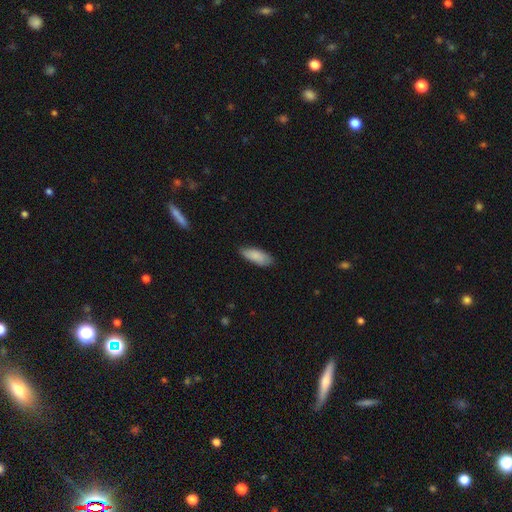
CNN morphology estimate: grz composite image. It shows a smooth galaxy with no disk features (86%) that is in between round and cigar-shaped (74%). Merging: none (77%).